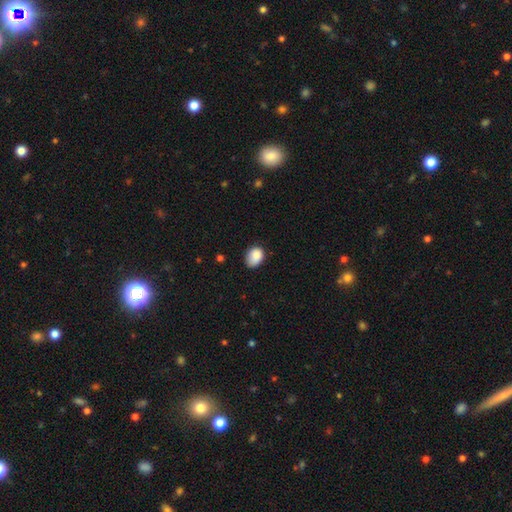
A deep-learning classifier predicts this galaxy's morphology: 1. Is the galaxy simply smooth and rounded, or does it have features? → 87% smooth, 8% star or artifact, 6% featured or disk.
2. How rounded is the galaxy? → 67% in between, 32% round, 1% cigar-shaped.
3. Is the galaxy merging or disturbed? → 61% none, 31% minor disturbance, 6% major disturbance, 2% merger.